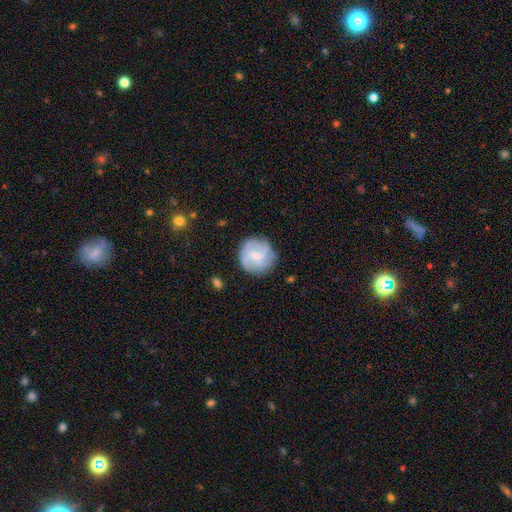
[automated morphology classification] Smooth or featured?
  - featured or disk: 60% *
  - smooth: 32%
  - star or artifact: 7%
Edge-on disk?
  - no: 98% *
  - yes: 2%
Bar?
  - no: 46% * (tied)
  - weak: 46% * (tied)
  - strong: 8%
Spiral arms?
  - yes: 86% *
  - no: 14%
Spiral winding?
  - medium: 41% *
  - tight: 38%
  - loose: 21%
Spiral arm count?
  - can't tell: 33% *
  - 3: 23%
  - 4: 18%
  - 2: 14%
  - more than 4: 5%
  - 1: 5%
Bulge size?
  - small: 64% *
  - moderate: 27%
  - none: 7%
  - large: 2%
  - dominant: 1%
Merging?
  - none: 79% *
  - minor disturbance: 14%
  - major disturbance: 5%
  - merger: 1%